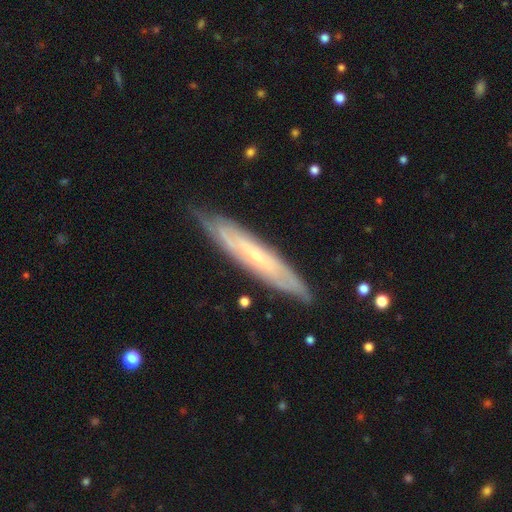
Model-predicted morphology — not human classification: A featured or disk galaxy (71%) viewed edge-on (53%). Merging: none (81%).